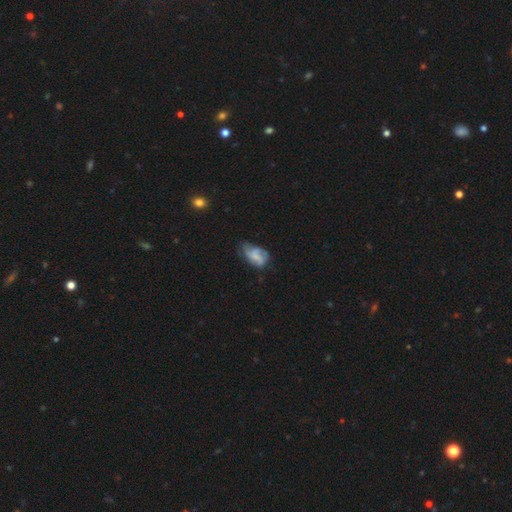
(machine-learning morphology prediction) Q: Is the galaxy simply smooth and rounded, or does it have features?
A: smooth — 46%.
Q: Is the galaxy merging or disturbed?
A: none — 39%.